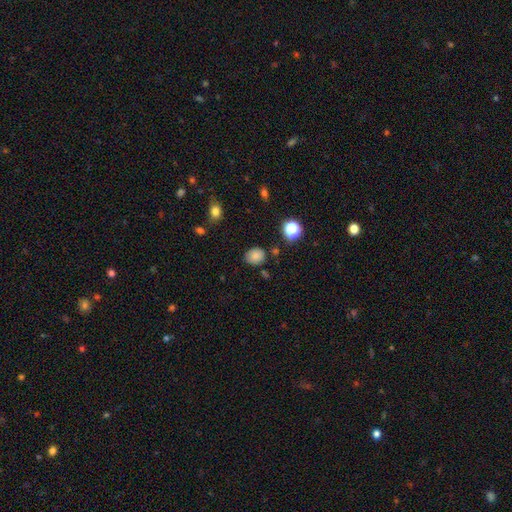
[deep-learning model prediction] Morphology: type=smooth (80%); roundness=round (55%); merging=none (79%).